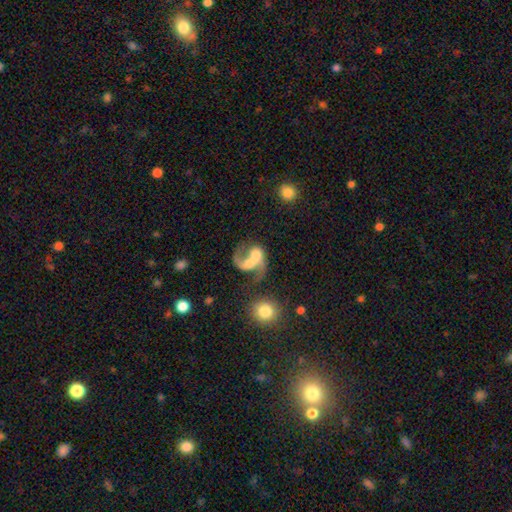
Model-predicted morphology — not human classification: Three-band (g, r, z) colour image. It shows a featured or disk galaxy (68%) with no bar (56%), 2 (69%) loose (64%) spiral arms (80%) and a moderate central bulge (37%). Merging: merger (56%).